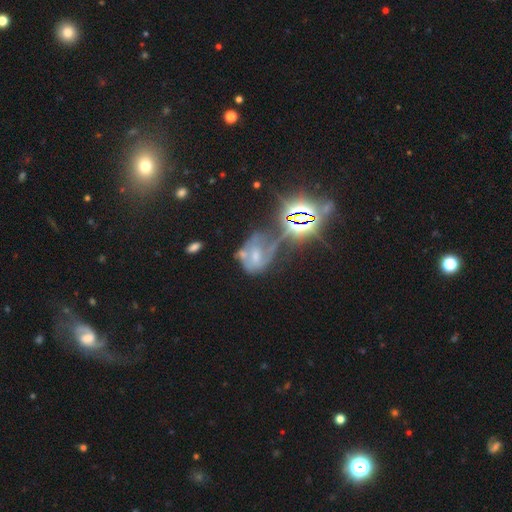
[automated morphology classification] Smooth or featured?
  - featured or disk: 44% *
  - star or artifact: 31%
  - smooth: 24%
Merging?
  - major disturbance: 31% *
  - none: 26%
  - merger: 23%
  - minor disturbance: 20%